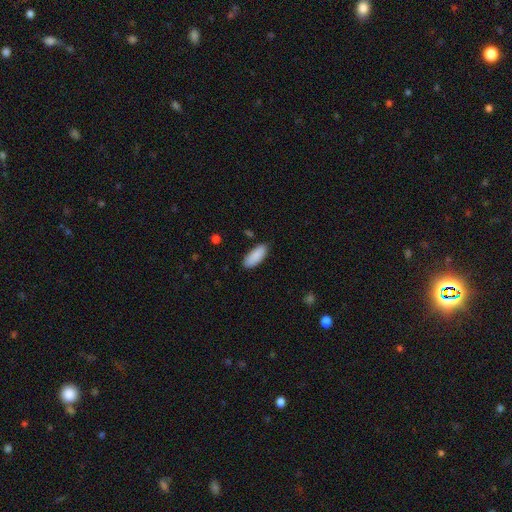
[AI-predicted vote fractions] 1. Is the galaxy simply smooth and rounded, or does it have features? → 90% smooth, 6% star or artifact, 5% featured or disk.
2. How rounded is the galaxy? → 81% in between, 17% cigar-shaped, 2% round.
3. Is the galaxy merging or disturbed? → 82% none, 14% minor disturbance, 2% major disturbance, 2% merger.